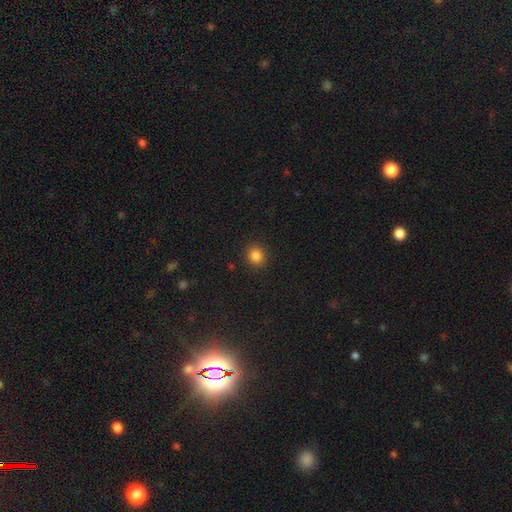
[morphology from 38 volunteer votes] This is clearly a smooth galaxy (87%). How rounded: clearly round (82%). Merging: clearly none (91%).